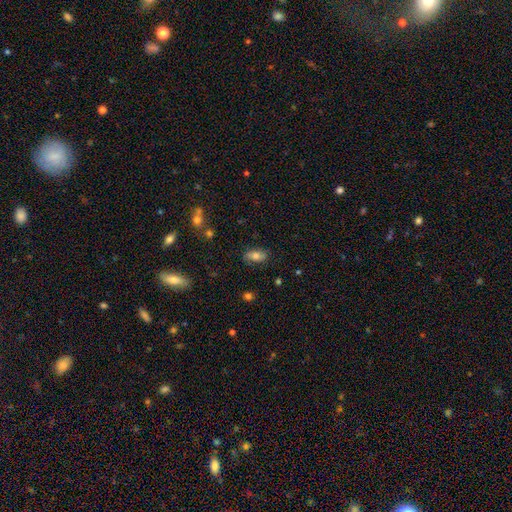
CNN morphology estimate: The model was most divided on "smooth or featured": smooth: 76%, featured or disk: 16%, star or artifact: 8%. More confident: how rounded — in between (89%); merging — none (80%).